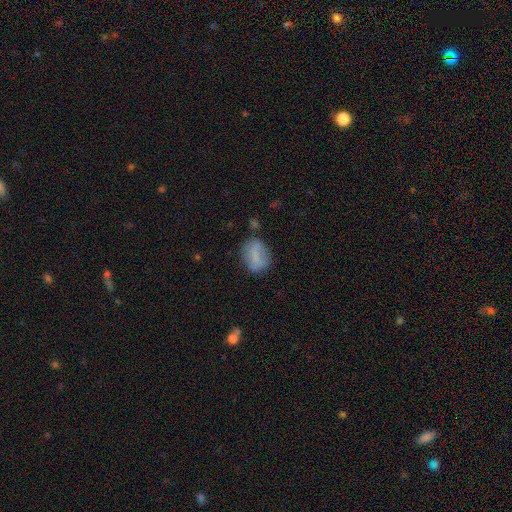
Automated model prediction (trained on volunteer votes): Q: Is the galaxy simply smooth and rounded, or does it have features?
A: smooth — 67%.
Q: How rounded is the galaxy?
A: in between — 66%.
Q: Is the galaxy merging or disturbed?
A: none — 67%.